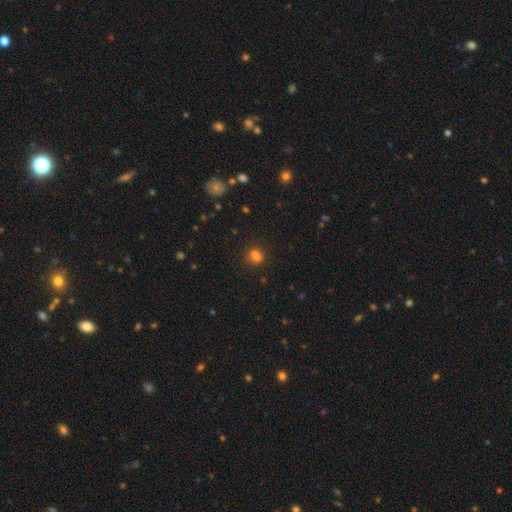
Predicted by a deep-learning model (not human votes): Smooth or featured?
  - smooth: 74% *
  - star or artifact: 17%
  - featured or disk: 8%
How rounded?
  - round: 56% *
  - in between: 42%
  - cigar-shaped: 2%
Merging?
  - none: 63% *
  - merger: 19%
  - minor disturbance: 13%
  - major disturbance: 5%